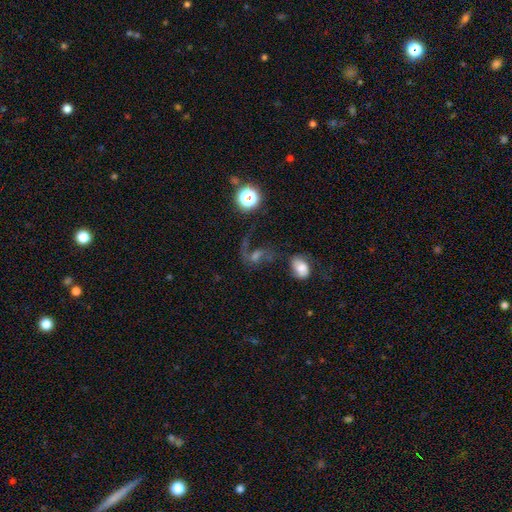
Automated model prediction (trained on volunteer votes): Smooth or featured? Predicted: featured or disk (p=0.51). Edge-on disk? Predicted: no (p=0.95). Merging? Predicted: none (p=0.39).